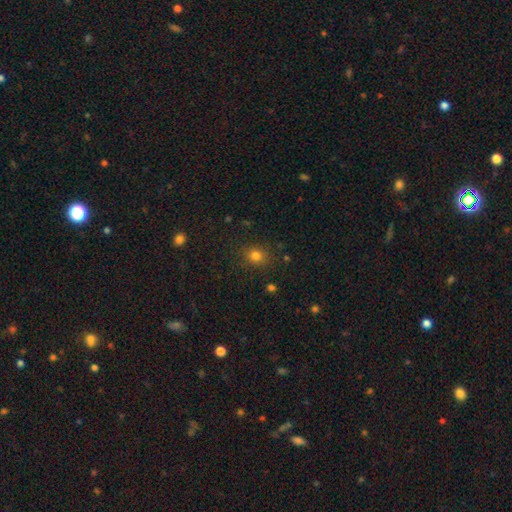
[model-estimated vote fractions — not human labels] smooth_or_featured: smooth (p=0.79) [alt: star or artifact p=0.15]
how_rounded: round (p=0.68) [alt: in between p=0.31]
merging: none (p=0.84) [alt: minor disturbance p=0.10]